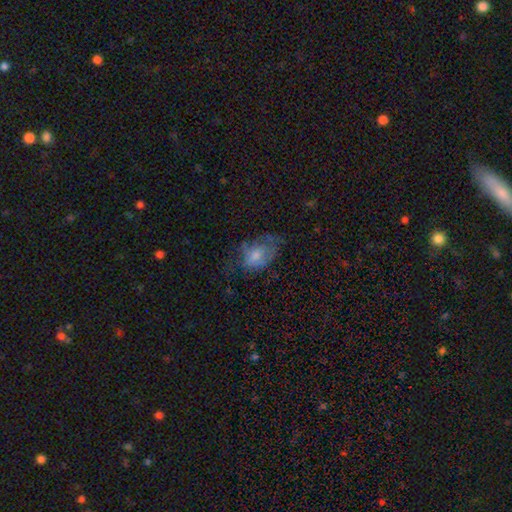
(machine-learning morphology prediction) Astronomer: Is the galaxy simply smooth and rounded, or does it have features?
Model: smooth — 50% (runner-up: featured or disk, 39%).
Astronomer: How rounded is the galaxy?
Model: in between — 81%.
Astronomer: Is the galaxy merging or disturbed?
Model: none — 42% (runner-up: minor disturbance, 30%).